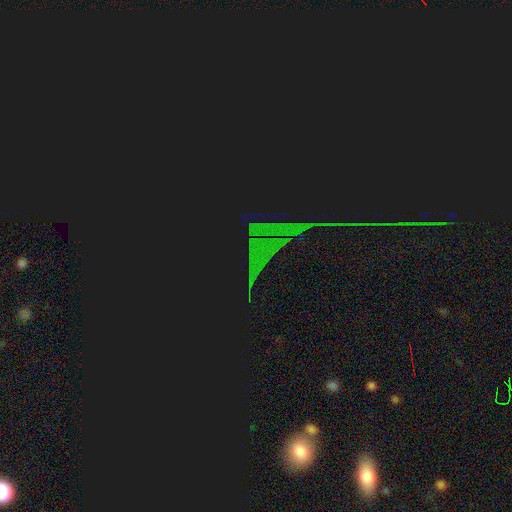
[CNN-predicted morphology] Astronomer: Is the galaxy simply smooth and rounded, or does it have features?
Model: star or artifact — 76%.